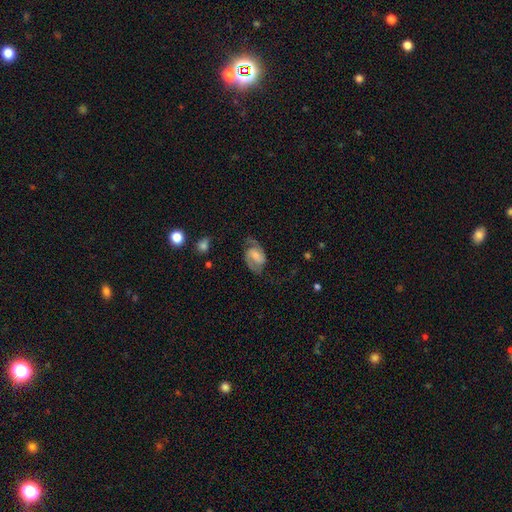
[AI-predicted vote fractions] Overall: featured or disk (82%). Edge-on disk: no (97%). Bar: weak (50%; no 33%). Spiral arms: yes (96%). Spiral arm count: 2 (91%). Spiral winding: medium (53%; tight 30%). Bulge size: moderate (39%; small 35%). Merging: none (71%).